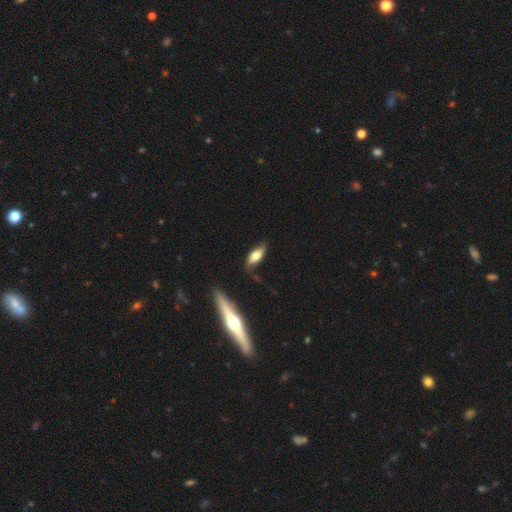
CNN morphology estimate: Smooth or featured: smooth — 67% (featured or disk — 26%)
How rounded: in between — 77% (cigar-shaped — 20%)
Merging: none — 63% (minor disturbance — 25%)